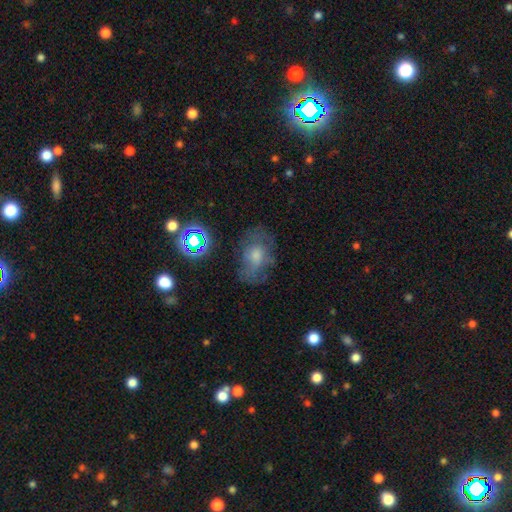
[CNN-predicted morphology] This is marginally a featured or disk galaxy (43%). Merging: likely none (64%).